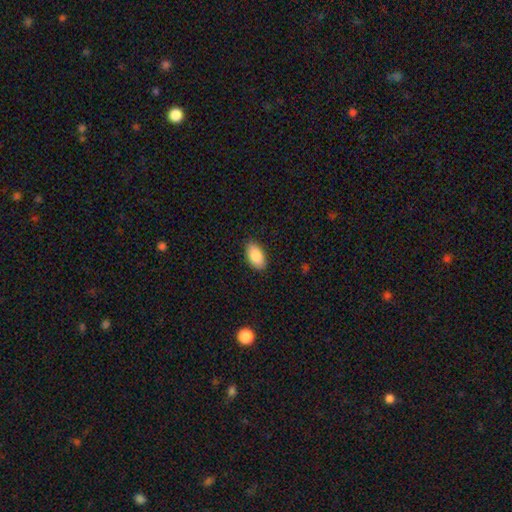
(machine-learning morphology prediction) The model was most divided on "merging": none: 87%, minor disturbance: 9%, major disturbance: 2%, merger: 1%. More confident: how rounded — in between (95%); smooth or featured — smooth (88%).